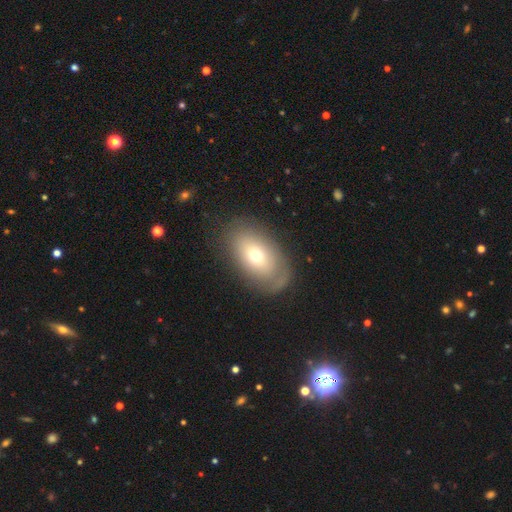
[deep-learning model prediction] Smooth or featured: smooth — 64% (featured or disk — 25%)
How rounded: in between — 87% (round — 12%)
Merging: none — 77% (minor disturbance — 15%)